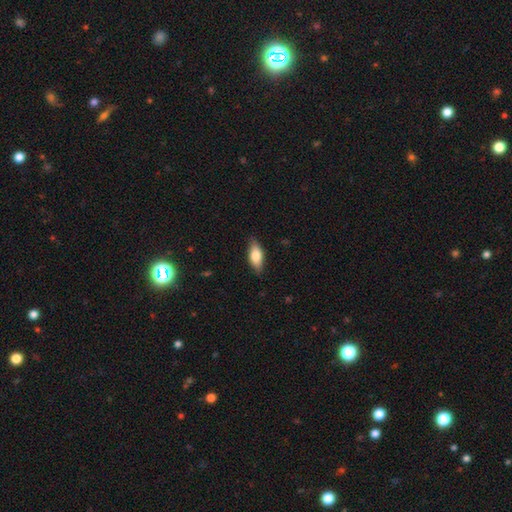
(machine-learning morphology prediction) The model was most divided on "smooth or featured": smooth: 77%, featured or disk: 17%, star or artifact: 6%. More confident: merging — none (82%); how rounded — in between (80%).